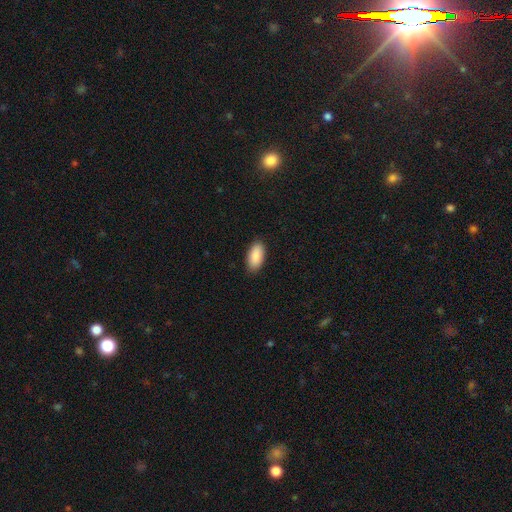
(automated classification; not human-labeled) This is clearly a smooth galaxy (89%). How rounded: clearly in between (93%). Merging: clearly none (87%).